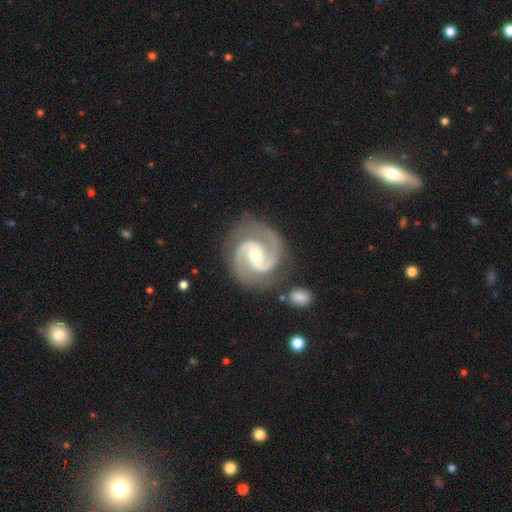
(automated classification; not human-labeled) Q: Smooth or featured?
A: featured or disk (94%); runner-up: star or artifact (4%)
Q: Edge-on disk?
A: no (98%); runner-up: yes (2%)
Q: Bar?
A: no (41%); runner-up: weak (40%)
Q: Spiral arms?
A: yes (99%); runner-up: no (1%)
Q: Spiral winding?
A: medium (60%); runner-up: tight (33%)
Q: Spiral arm count?
A: 2 (93%); runner-up: 3 (2%)
Q: Bulge size?
A: moderate (56%); runner-up: small (40%)
Q: Merging?
A: none (80%); runner-up: minor disturbance (12%)